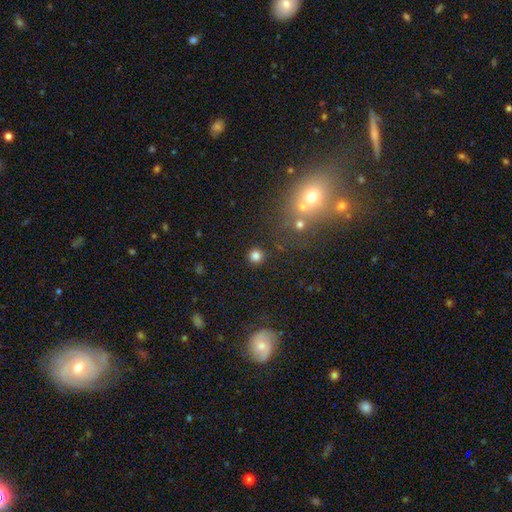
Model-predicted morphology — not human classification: Smooth or featured?
  - smooth: 81% *
  - star or artifact: 14%
  - featured or disk: 5%
How rounded?
  - round: 95% *
  - in between: 4%
  - cigar-shaped: 1%
Merging?
  - none: 90% *
  - minor disturbance: 5%
  - merger: 3%
  - major disturbance: 2%